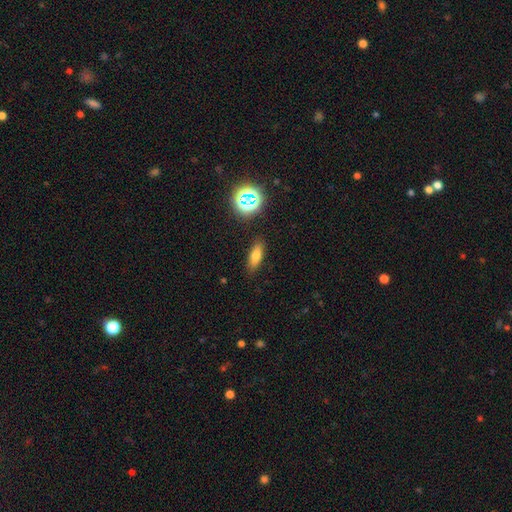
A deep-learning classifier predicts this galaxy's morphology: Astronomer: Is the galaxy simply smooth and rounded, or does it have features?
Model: smooth — 70%.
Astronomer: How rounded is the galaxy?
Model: in between — 67%.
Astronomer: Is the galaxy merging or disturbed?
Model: none — 86%.